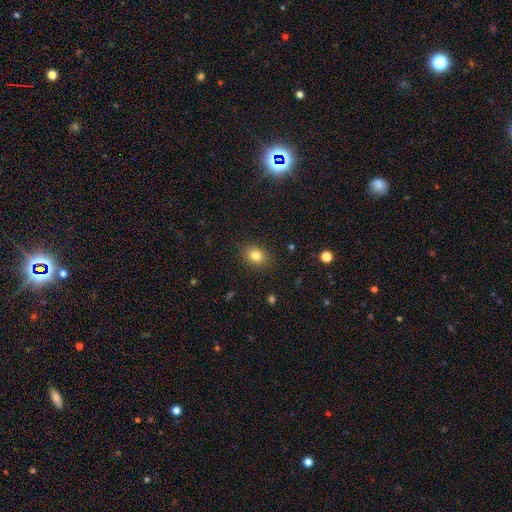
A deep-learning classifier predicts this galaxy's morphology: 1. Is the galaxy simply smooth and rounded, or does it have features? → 81% smooth, 11% star or artifact, 8% featured or disk.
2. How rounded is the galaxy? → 59% in between, 39% round, 1% cigar-shaped.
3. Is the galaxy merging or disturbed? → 88% none, 9% minor disturbance, 2% major disturbance, 1% merger.